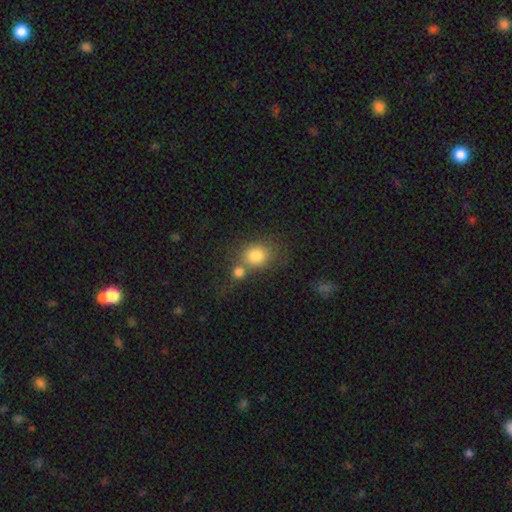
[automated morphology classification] A smooth galaxy with no disk features (81%) that is round (67%).

Vote fractions:
- Smooth or featured? smooth: 81% / star or artifact: 10% / featured or disk: 9%
- How rounded? round: 67% / in between: 32% / cigar-shaped: 1%
- Merging? none: 44% / merger: 39% / minor disturbance: 11% / major disturbance: 6%